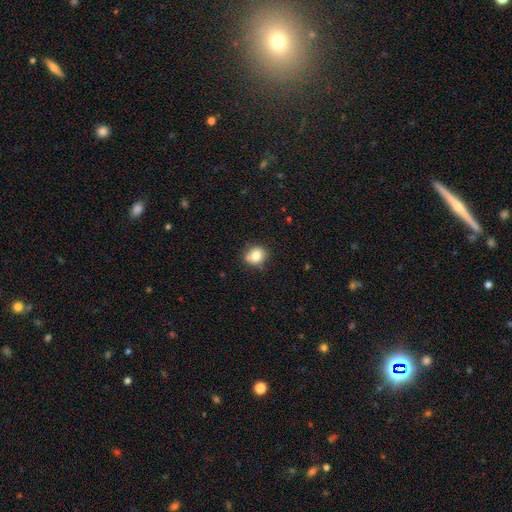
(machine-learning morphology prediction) smooth_or_featured: smooth (p=0.80) [alt: star or artifact p=0.10]
how_rounded: round (p=0.72) [alt: in between p=0.27]
merging: none (p=0.76) [alt: minor disturbance p=0.17]